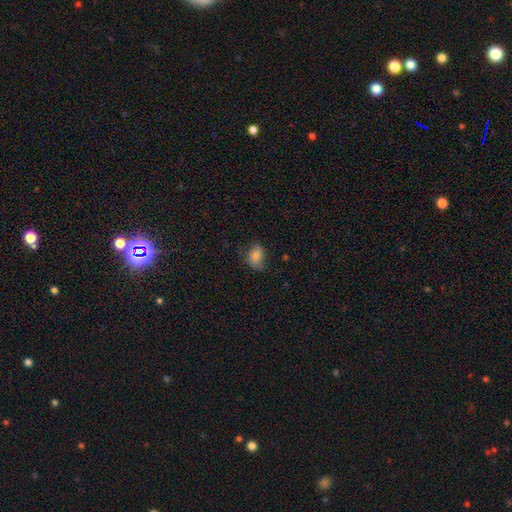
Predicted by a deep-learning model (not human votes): smooth_or_featured: smooth (p=0.75) [alt: featured or disk p=0.16]
how_rounded: in between (p=0.74) [alt: round p=0.25]
merging: none (p=0.65) [alt: minor disturbance p=0.26]